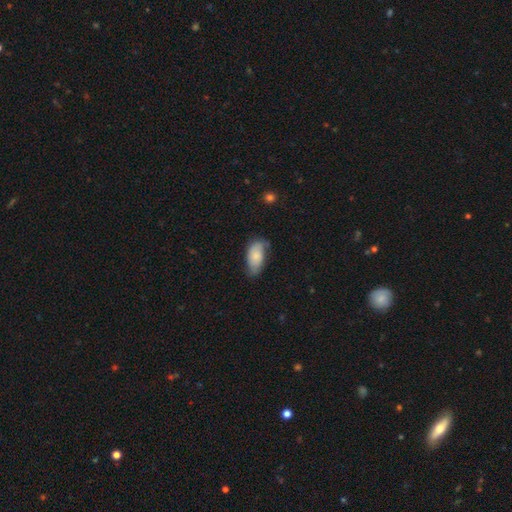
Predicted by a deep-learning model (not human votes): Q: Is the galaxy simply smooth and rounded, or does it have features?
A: smooth — 71%.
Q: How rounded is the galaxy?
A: in between — 94%.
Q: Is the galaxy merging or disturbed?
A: none — 54%.